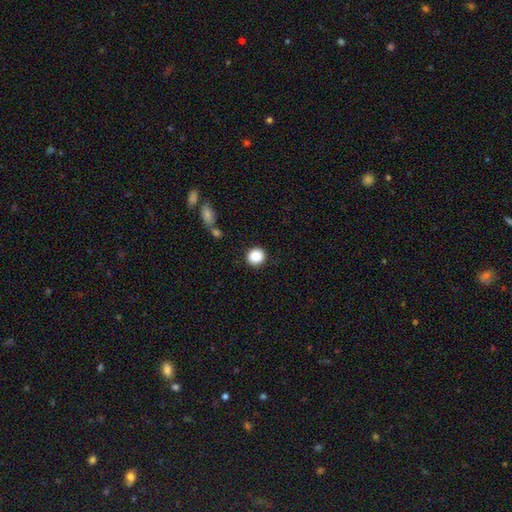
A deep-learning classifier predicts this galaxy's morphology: type=smooth (88%); roundness=round (89%); merging=none (88%).